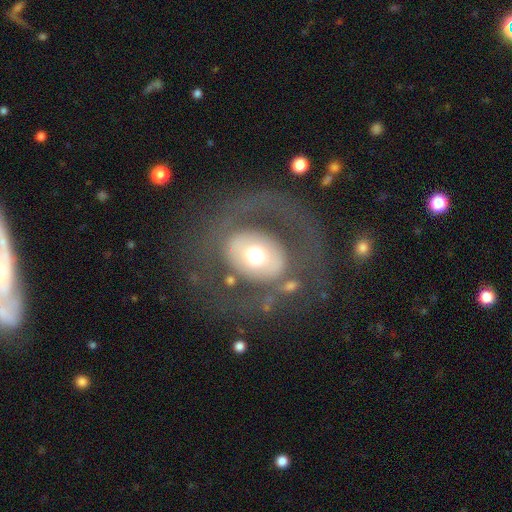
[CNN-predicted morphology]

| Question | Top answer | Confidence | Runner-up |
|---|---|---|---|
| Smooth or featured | featured or disk | 47% | smooth (44%) |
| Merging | none | 57% | major disturbance (25%) |